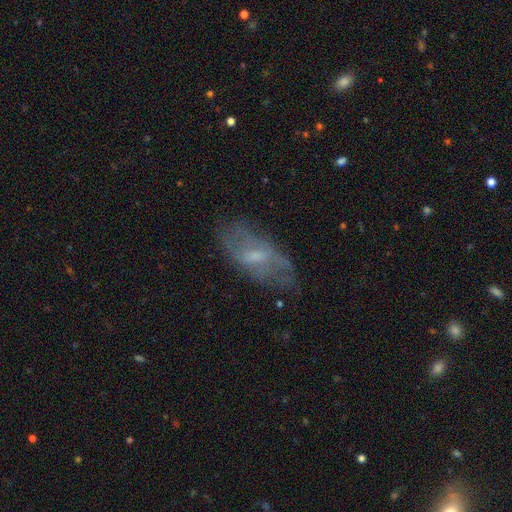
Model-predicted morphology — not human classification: Overall: featured or disk (56%; smooth 35%). Edge-on disk: no (87%). Merging: none (65%).